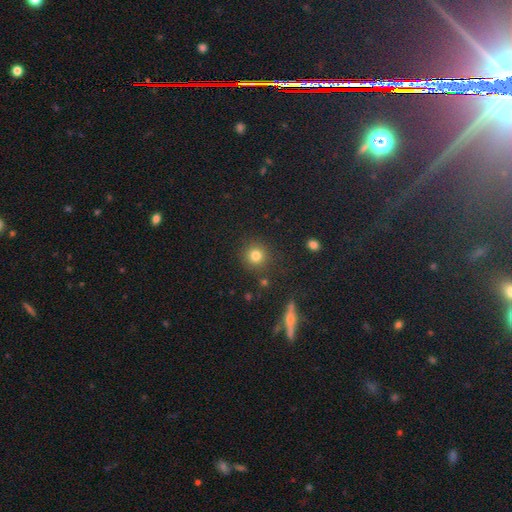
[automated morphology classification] smooth_or_featured: smooth (p=0.79) [alt: star or artifact p=0.14]
how_rounded: round (p=0.93) [alt: in between p=0.06]
merging: none (p=0.87) [alt: minor disturbance p=0.07]